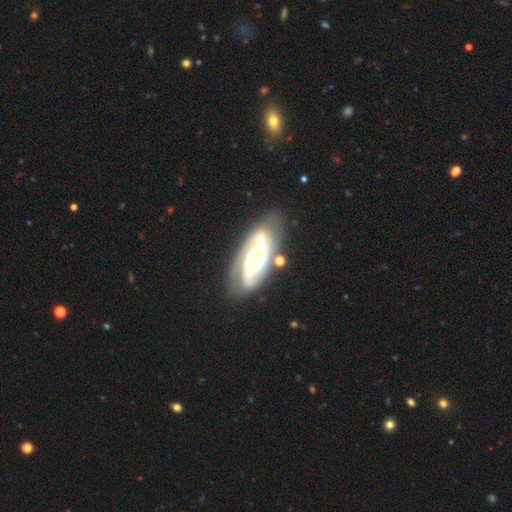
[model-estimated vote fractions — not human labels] featured or disk 84%, smooth 10%, star or artifact 6%. Down the decision tree: edge-on disk — no (92%); bar — strong (35%); spiral arms — yes (95%); spiral arm count — 2 (67%); spiral winding — medium (44%); bulge size — small (52%); merging — none (70%).